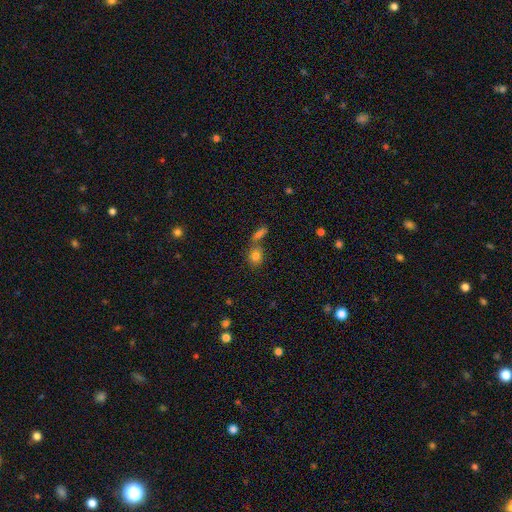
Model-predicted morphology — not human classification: Smooth or featured? smooth (81%)
How rounded? round (57%)
Merging? none (51%)